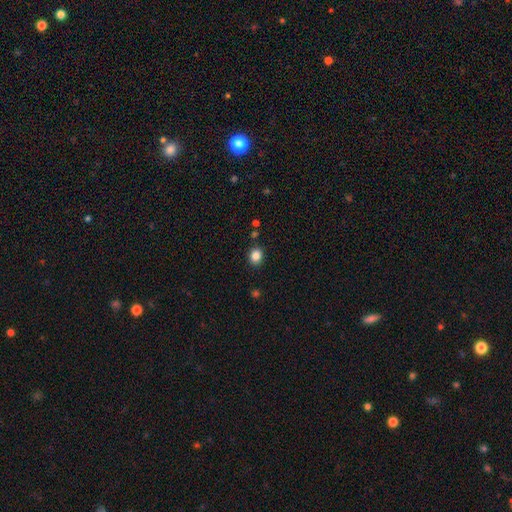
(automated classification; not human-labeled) A smooth galaxy with no disk features (85%) that is round (62%).

Vote fractions:
- Smooth or featured? smooth: 85% / star or artifact: 10% / featured or disk: 4%
- How rounded? round: 62% / in between: 37% / cigar-shaped: 1%
- Merging? none: 88% / minor disturbance: 8% / merger: 2% / major disturbance: 2%